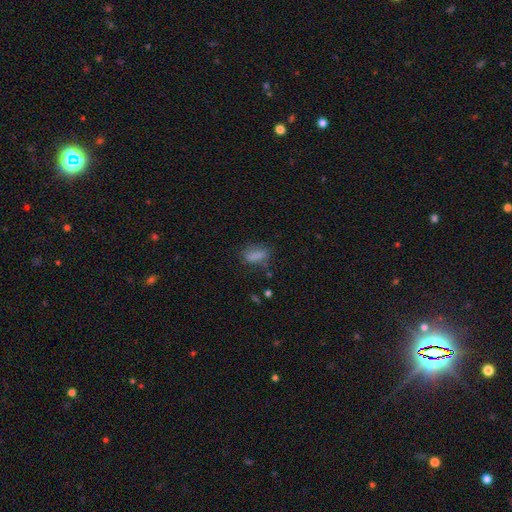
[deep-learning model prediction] Q: Smooth or featured?
A: smooth (80%); runner-up: star or artifact (11%)
Q: How rounded?
A: in between (79%); runner-up: cigar-shaped (15%)
Q: Merging?
A: none (63%); runner-up: minor disturbance (23%)